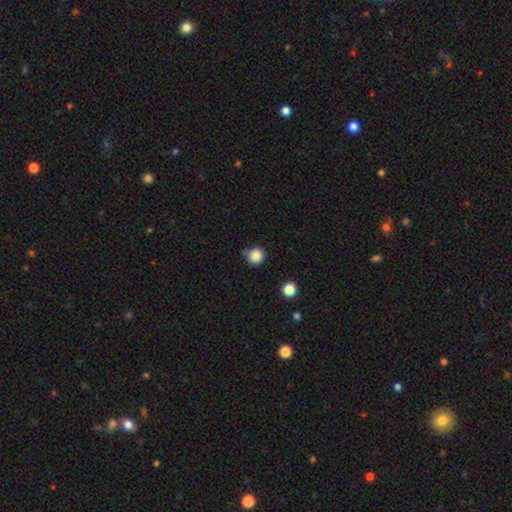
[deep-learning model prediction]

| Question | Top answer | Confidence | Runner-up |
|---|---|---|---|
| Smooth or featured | smooth | 86% | star or artifact (11%) |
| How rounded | round | 91% | in between (8%) |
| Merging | none | 75% | minor disturbance (17%) |